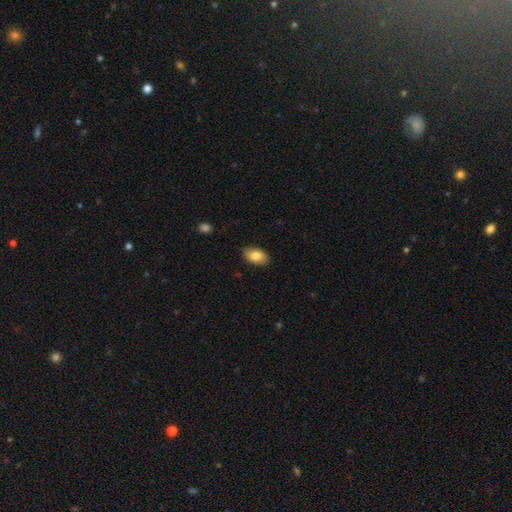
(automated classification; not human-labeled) A smooth galaxy with no disk features (83%) that is in between round and cigar-shaped (92%).

Vote fractions:
- Smooth or featured? smooth: 83% / featured or disk: 10% / star or artifact: 7%
- How rounded? in between: 92% / round: 7% / cigar-shaped: 2%
- Merging? none: 87% / minor disturbance: 10% / major disturbance: 2% / merger: 1%